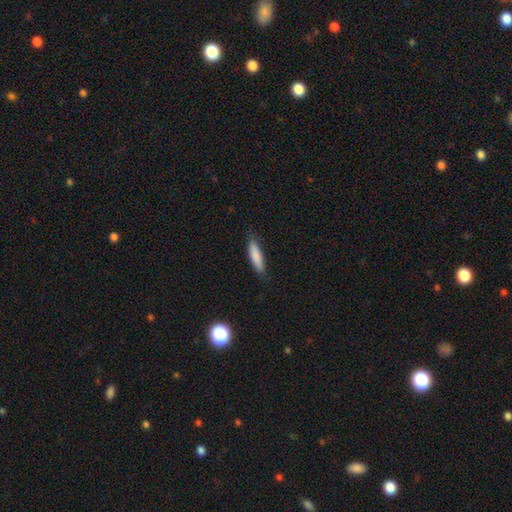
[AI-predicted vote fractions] The model was most divided on "how rounded": cigar-shaped: 72%, in between: 27%, round: 2%. More confident: smooth or featured — smooth (84%); merging — none (84%).